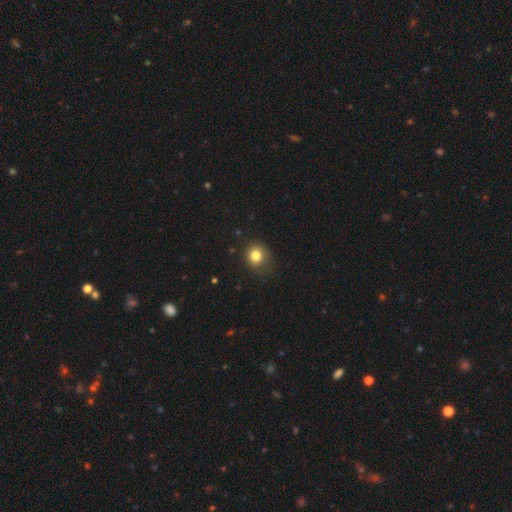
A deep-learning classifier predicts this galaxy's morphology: type=smooth (81%); roundness=round (83%); merging=none (76%).